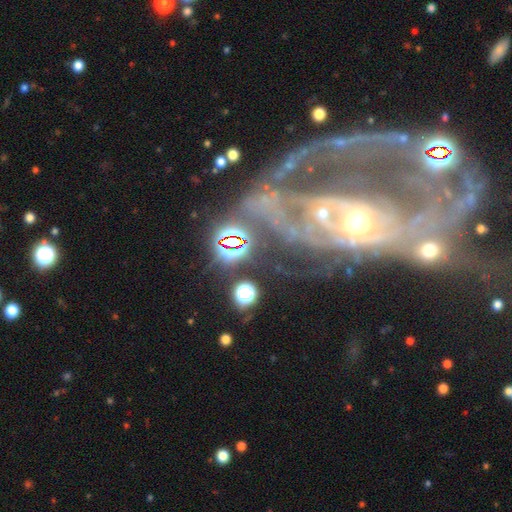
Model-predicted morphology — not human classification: Smooth or featured: featured or disk — 79% (star or artifact — 12%)
Edge-on disk: no — 95% (yes — 5%)
Bar: no — 70% (weak — 19%)
Spiral arms: yes — 65% (no — 35%)
Bulge size: small — 44% (moderate — 43%)
Merging: major disturbance — 42% (none — 25%)